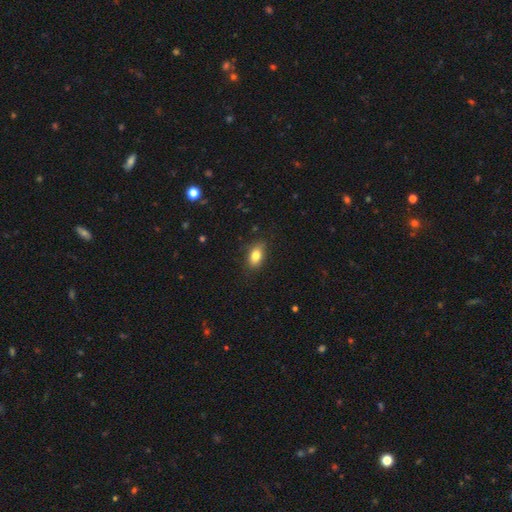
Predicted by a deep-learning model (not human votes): Smooth or featured? Predicted: smooth (p=0.81). How rounded? Predicted: in between (p=0.87). Merging? Predicted: none (p=0.83).